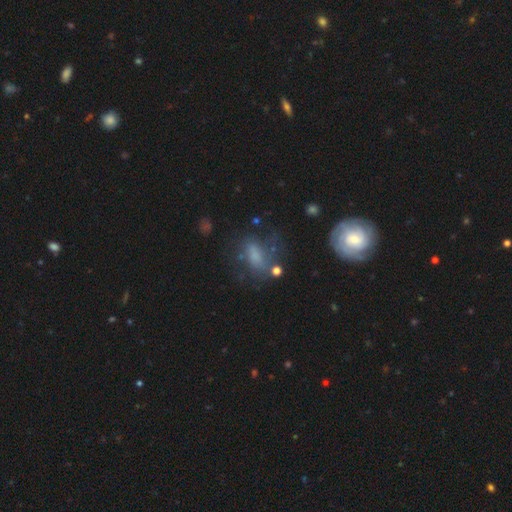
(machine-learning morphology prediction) Smooth or featured? smooth (49%)
Merging? none (45%)